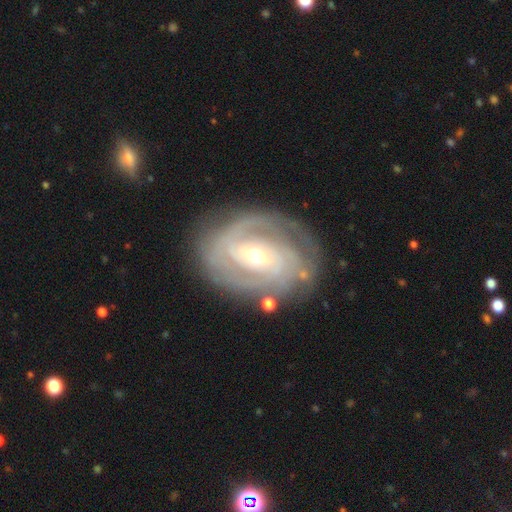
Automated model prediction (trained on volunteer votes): The model was most divided on "bar": weak: 40%, no: 38%, strong: 22%. Remaining: edge-on disk — no (96%); spiral arms — yes (94%); smooth or featured — featured or disk (86%); merging — none (75%); spiral winding — tight (66%); bulge size — small (53%); spiral arm count — 2 (37%).